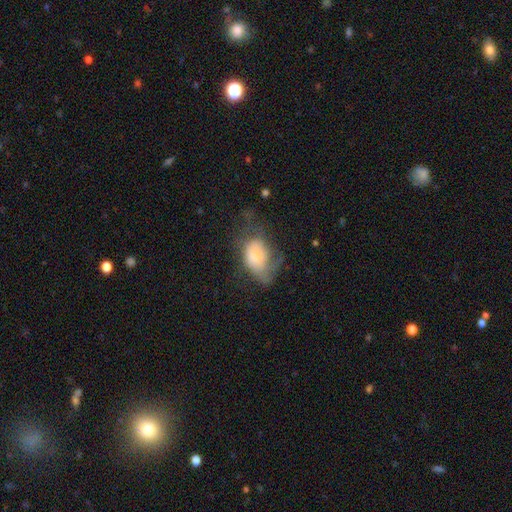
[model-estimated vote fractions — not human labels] Morphology: type=smooth (63%); roundness=in between (82%); merging=major disturbance (41%).